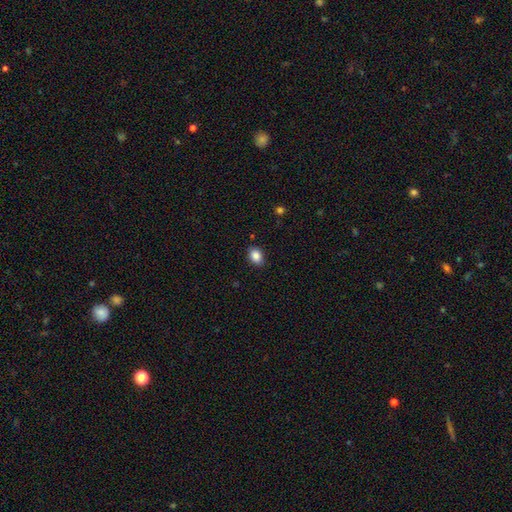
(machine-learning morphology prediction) smooth-or-featured: smooth: 87% | star or artifact: 9% | featured or disk: 5%
  how-rounded: in between: 73% | round: 26% | cigar-shaped: 1%
  merging: none: 88% | minor disturbance: 9% | major disturbance: 2% | merger: 1%